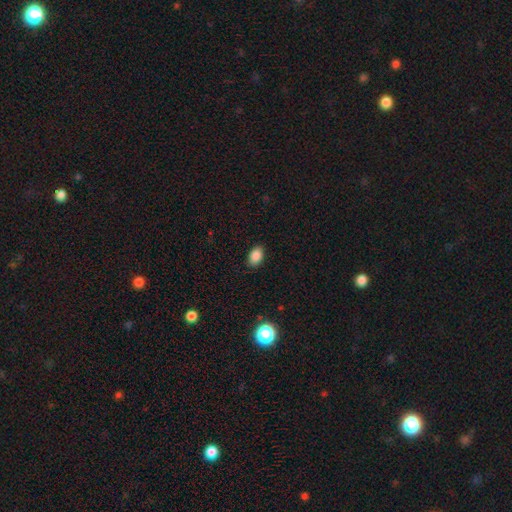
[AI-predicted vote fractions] Morphology: type=smooth (87%); roundness=in between (88%); merging=none (87%).